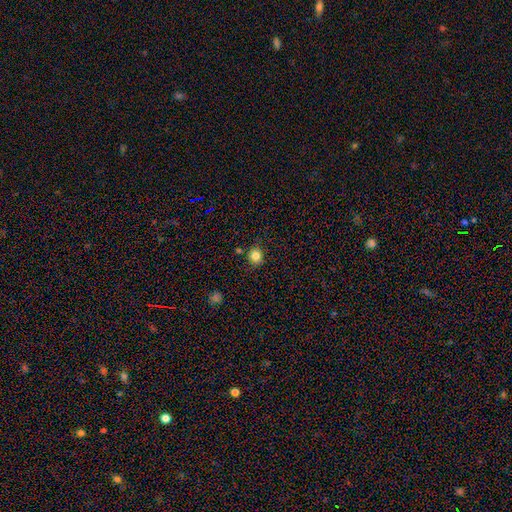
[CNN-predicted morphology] This is clearly a smooth galaxy (82%). How rounded: clearly round (81%). Merging: clearly none (84%).